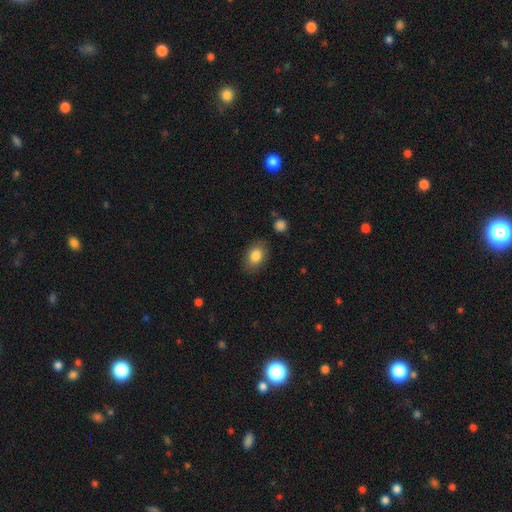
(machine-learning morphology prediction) Smooth or featured: smooth — 83% (featured or disk — 10%)
How rounded: in between — 82% (round — 16%)
Merging: none — 82% (minor disturbance — 13%)